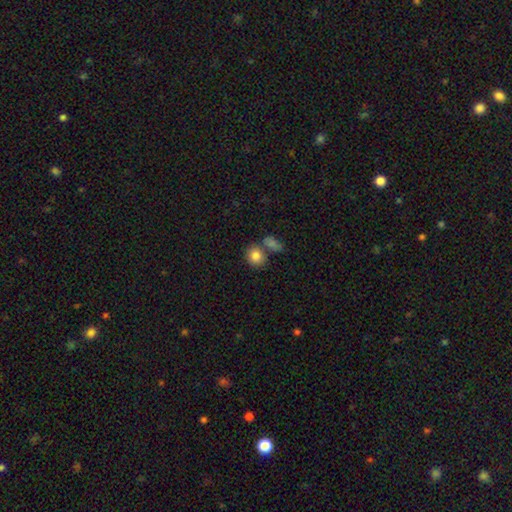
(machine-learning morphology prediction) This appears to be a smooth galaxy with no disk features (83%) that is round (75%). Merging: none (61%).